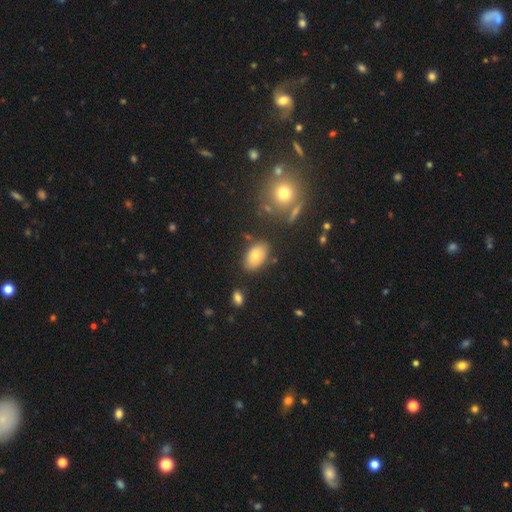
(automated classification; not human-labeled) Q: Smooth or featured?
A: smooth (73%); runner-up: featured or disk (16%)
Q: How rounded?
A: in between (90%); runner-up: round (9%)
Q: Merging?
A: none (82%); runner-up: minor disturbance (11%)